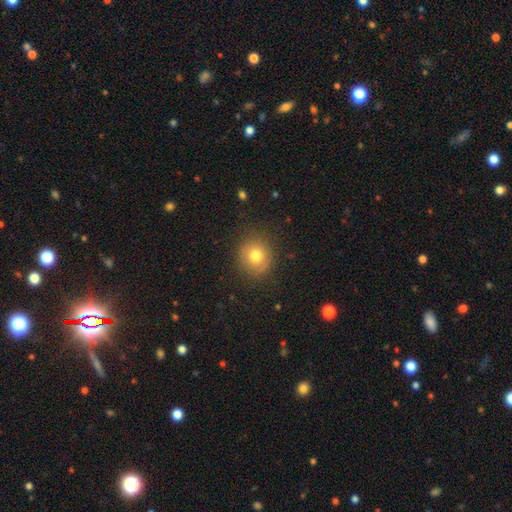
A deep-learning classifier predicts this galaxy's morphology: type=smooth (73%); roundness=round (86%); merging=none (83%).